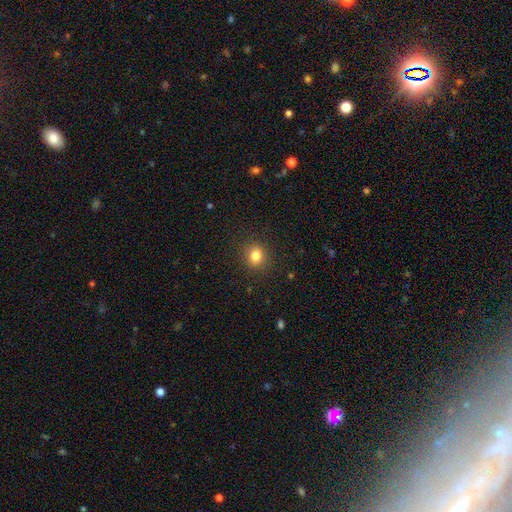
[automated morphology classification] A smooth galaxy with no disk features (82%) that is round (67%).

Vote fractions:
- Smooth or featured? smooth: 82% / star or artifact: 12% / featured or disk: 6%
- How rounded? round: 67% / in between: 32% / cigar-shaped: 1%
- Merging? none: 89% / minor disturbance: 8% / major disturbance: 3% / merger: 1%